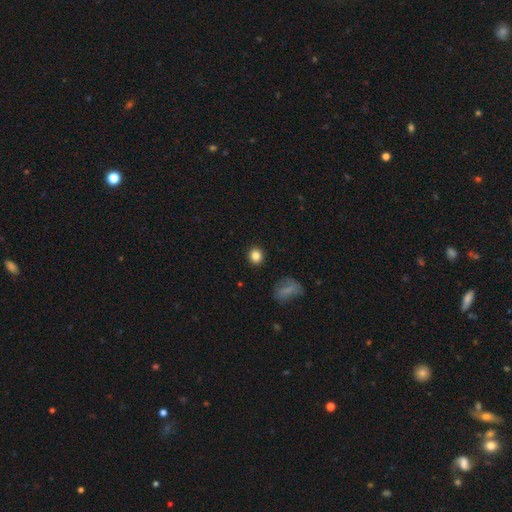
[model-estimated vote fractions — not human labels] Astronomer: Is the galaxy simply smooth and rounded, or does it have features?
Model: smooth — 83%.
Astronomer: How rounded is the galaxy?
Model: round — 82%.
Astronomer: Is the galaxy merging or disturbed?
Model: none — 91%.